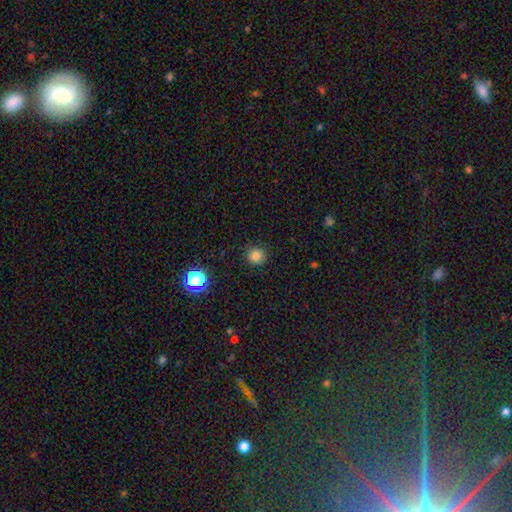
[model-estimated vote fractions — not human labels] Q: Smooth or featured?
A: smooth (81%); runner-up: star or artifact (15%)
Q: How rounded?
A: round (93%); runner-up: in between (7%)
Q: Merging?
A: none (89%); runner-up: minor disturbance (7%)